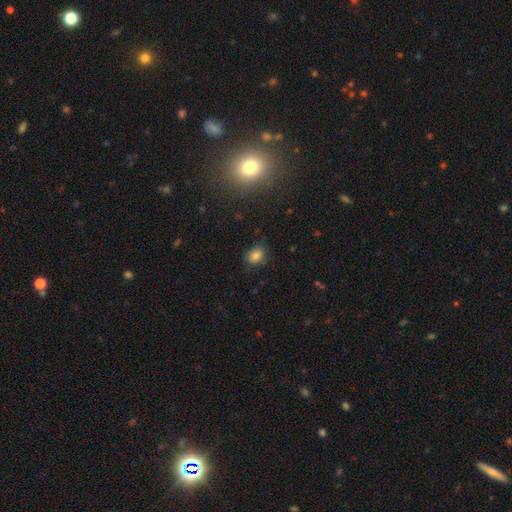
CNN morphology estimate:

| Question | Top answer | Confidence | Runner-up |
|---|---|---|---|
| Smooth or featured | smooth | 79% | star or artifact (14%) |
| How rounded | in between | 69% | round (29%) |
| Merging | none | 78% | minor disturbance (17%) |